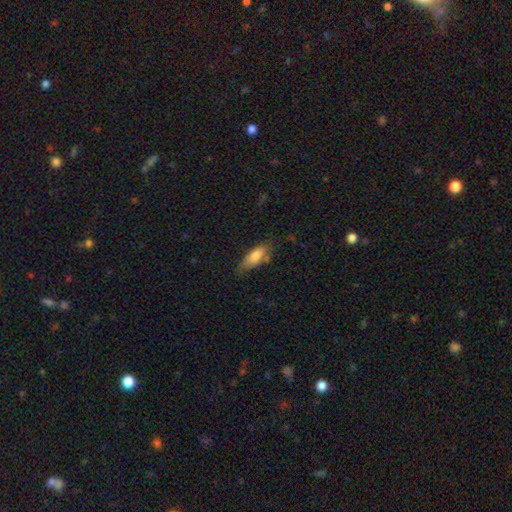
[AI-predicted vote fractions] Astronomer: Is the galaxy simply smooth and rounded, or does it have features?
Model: smooth — 78%.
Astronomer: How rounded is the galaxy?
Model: in between — 66%.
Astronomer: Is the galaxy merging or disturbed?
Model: none — 62%.